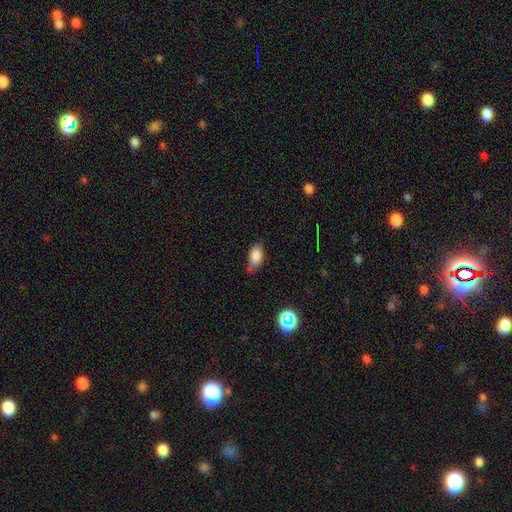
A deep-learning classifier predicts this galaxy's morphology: Smooth or featured?
  - smooth: 83% *
  - star or artifact: 9%
  - featured or disk: 8%
How rounded?
  - in between: 89% *
  - cigar-shaped: 6%
  - round: 6%
Merging?
  - none: 60% *
  - minor disturbance: 31%
  - major disturbance: 7%
  - merger: 2%